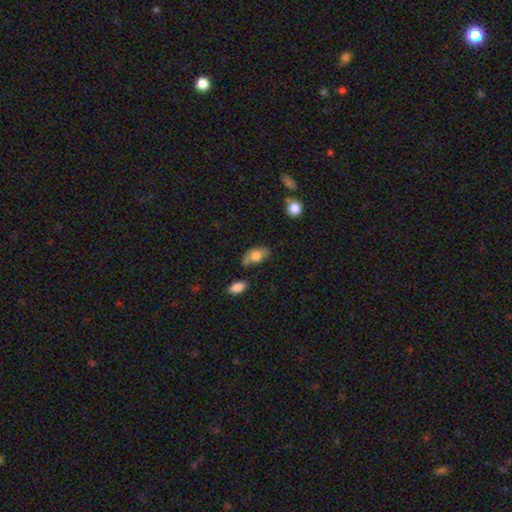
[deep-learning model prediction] This appears to be a smooth galaxy with no disk features (71%) that is in between round and cigar-shaped (90%). Merging: none (66%).